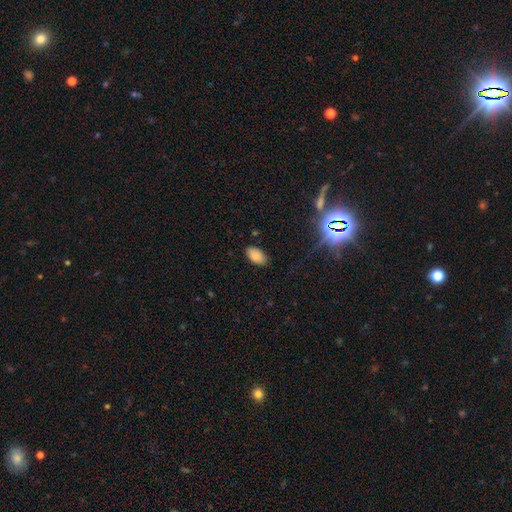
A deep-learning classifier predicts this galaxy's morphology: smooth_or_featured: smooth (p=0.82) [alt: star or artifact p=0.12]
how_rounded: in between (p=0.94) [alt: round p=0.04]
merging: none (p=0.84) [alt: minor disturbance p=0.12]